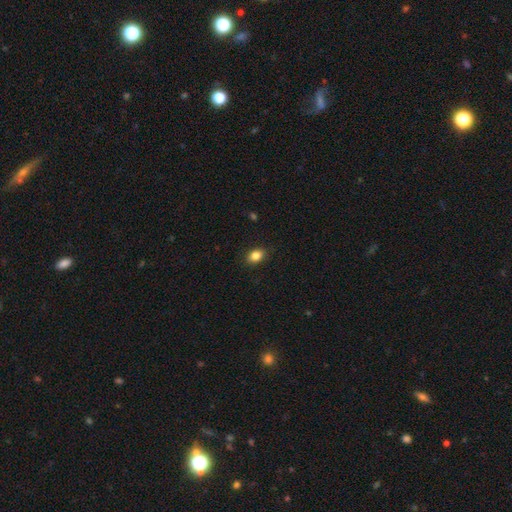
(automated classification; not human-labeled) Smooth or featured? smooth (85%)
How rounded? in between (72%)
Merging? none (88%)